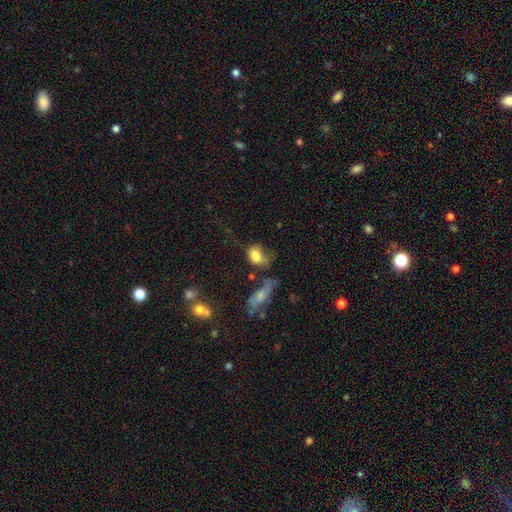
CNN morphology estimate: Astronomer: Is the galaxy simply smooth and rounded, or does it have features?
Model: smooth — 75%.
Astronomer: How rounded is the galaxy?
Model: in between — 68%.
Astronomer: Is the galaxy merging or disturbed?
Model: major disturbance — 30% (runner-up: none, 28%).